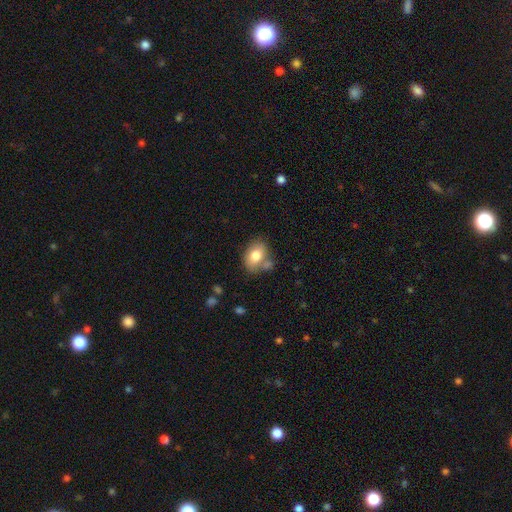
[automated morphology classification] smooth_or_featured: smooth (p=0.77) [alt: featured or disk p=0.15]
how_rounded: in between (p=0.75) [alt: round p=0.24]
merging: none (p=0.57) [alt: merger p=0.18]